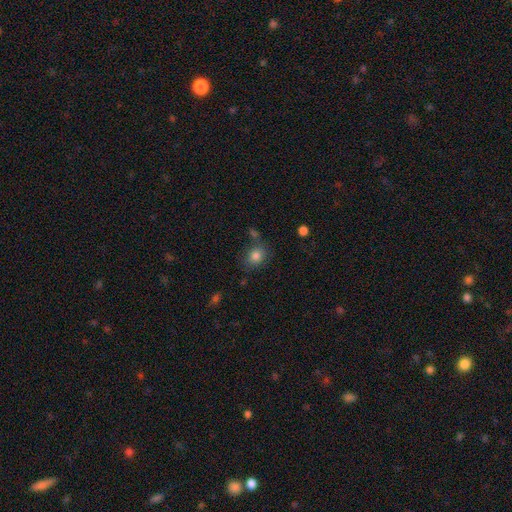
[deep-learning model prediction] Overall: smooth (83%). How rounded: round (59%; in between 40%). Merging: none (71%).